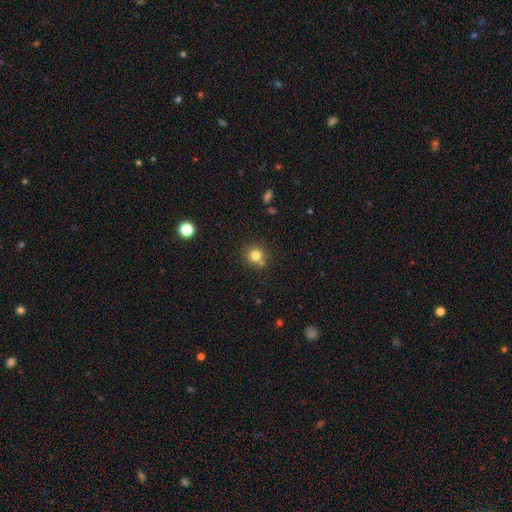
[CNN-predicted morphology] The model was most divided on "merging": none: 69%, merger: 17%, minor disturbance: 10%, major disturbance: 3%. More confident: how rounded — round (90%); smooth or featured — smooth (79%).